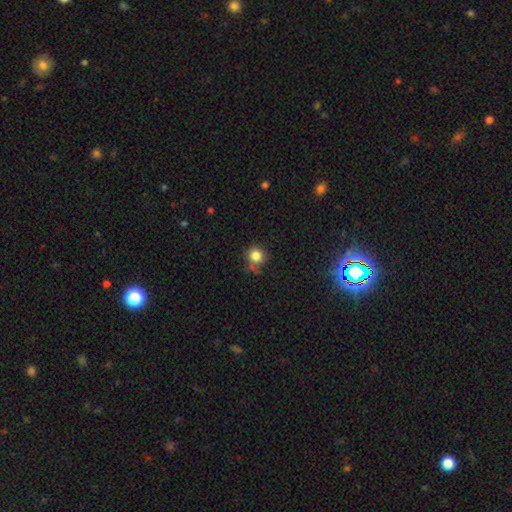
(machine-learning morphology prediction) smooth 82%, star or artifact 11%, featured or disk 6%. Down the decision tree: how rounded — round (88%); merging — none (62%).